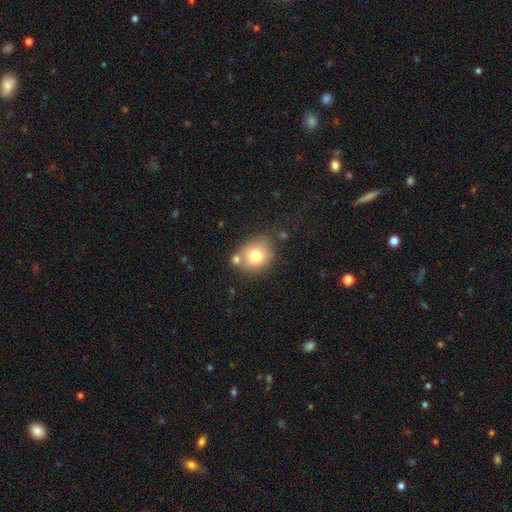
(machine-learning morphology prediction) Smooth or featured?
  - smooth: 76% *
  - featured or disk: 14%
  - star or artifact: 10%
How rounded?
  - round: 62% *
  - in between: 37%
  - cigar-shaped: 1%
Merging?
  - none: 60% *
  - merger: 19%
  - minor disturbance: 16%
  - major disturbance: 5%